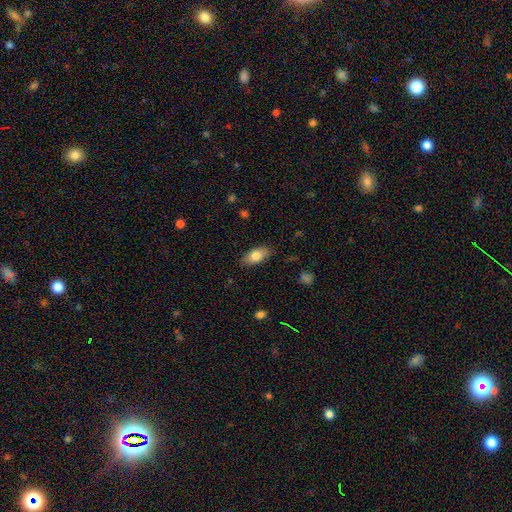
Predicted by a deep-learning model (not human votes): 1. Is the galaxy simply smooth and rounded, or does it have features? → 79% smooth, 14% featured or disk, 7% star or artifact.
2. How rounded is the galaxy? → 89% in between, 7% cigar-shaped, 4% round.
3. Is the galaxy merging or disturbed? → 85% none, 11% minor disturbance, 2% major disturbance, 1% merger.